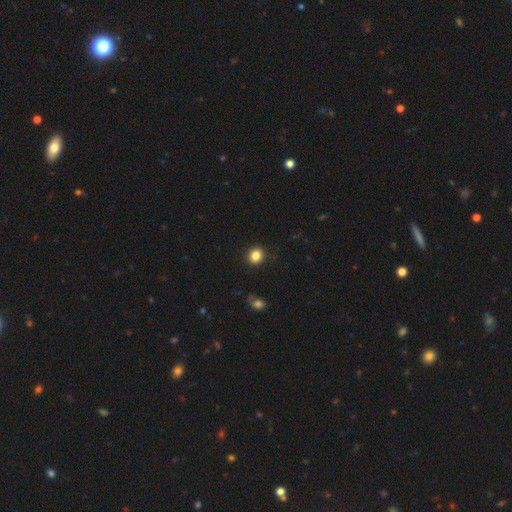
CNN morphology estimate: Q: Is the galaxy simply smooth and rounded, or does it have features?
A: smooth — 85%.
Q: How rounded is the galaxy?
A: round — 77%.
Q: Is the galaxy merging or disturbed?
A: none — 89%.